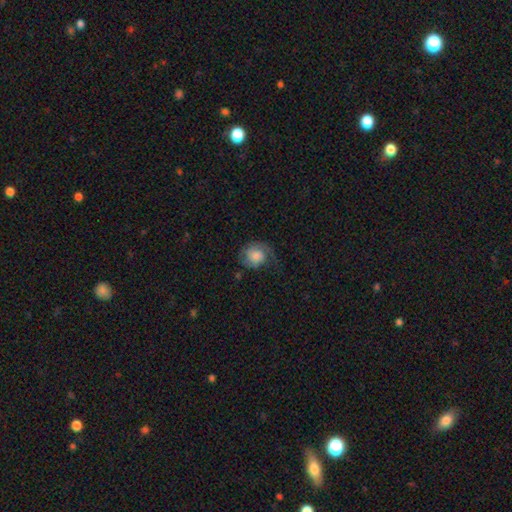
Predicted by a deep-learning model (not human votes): The model was most divided on "smooth or featured": featured or disk: 47%, smooth: 45%, star or artifact: 8%. Remaining: merging — none (47%).